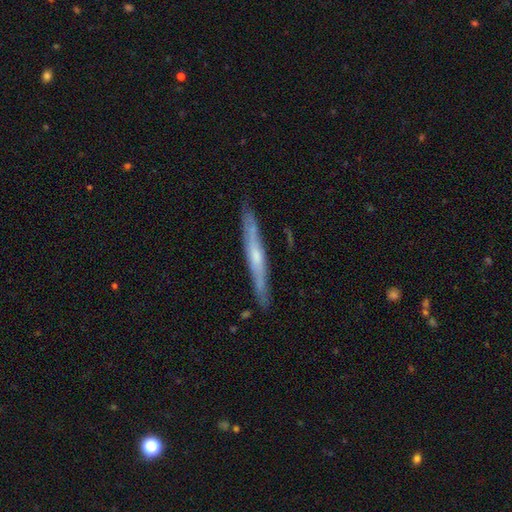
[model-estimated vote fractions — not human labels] Smooth or featured?
  - featured or disk: 63% *
  - smooth: 31%
  - star or artifact: 6%
Edge-on disk?
  - yes: 95% *
  - no: 5%
Edge-on bulge?
  - rounded: 51% *
  - none: 43%
  - boxy: 7%
Merging?
  - none: 88% *
  - minor disturbance: 9%
  - major disturbance: 2%
  - merger: 1%